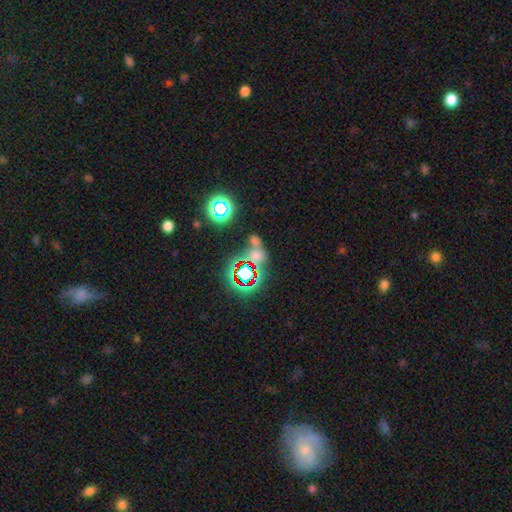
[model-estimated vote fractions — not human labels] This appears to be a star or artifact, not a galaxy (46%).